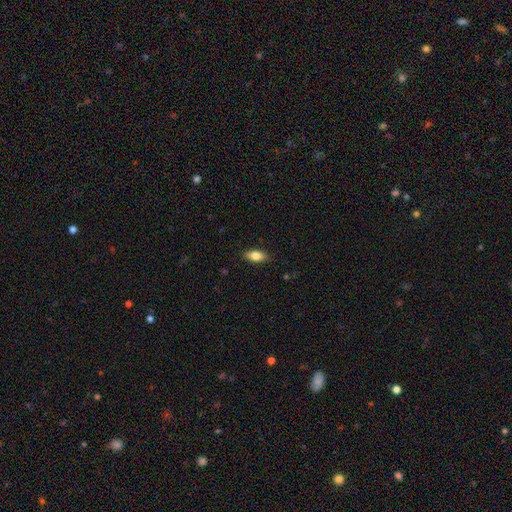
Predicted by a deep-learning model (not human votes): Smooth or featured: smooth — 80% (featured or disk — 13%)
How rounded: in between — 86% (cigar-shaped — 11%)
Merging: none — 87% (minor disturbance — 10%)